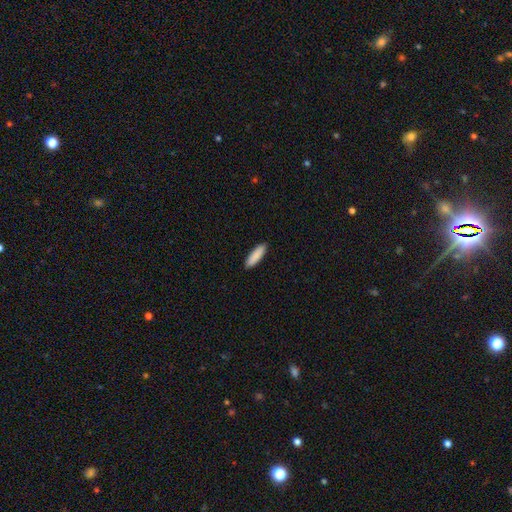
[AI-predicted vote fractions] smooth 89%, star or artifact 6%, featured or disk 5%. Down the decision tree: how rounded — cigar-shaped (61%); merging — none (91%).